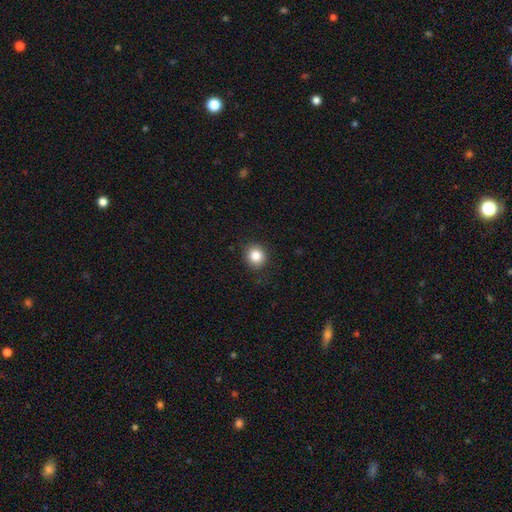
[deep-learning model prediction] smooth 85%, star or artifact 10%, featured or disk 5%. Down the decision tree: how rounded — round (86%); merging — none (90%).